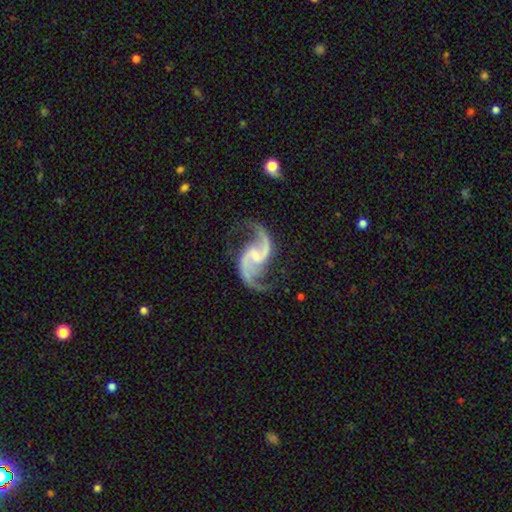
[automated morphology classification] Q: Smooth or featured?
A: featured or disk (94%); runner-up: star or artifact (4%)
Q: Edge-on disk?
A: no (98%); runner-up: yes (2%)
Q: Bar?
A: weak (52%); runner-up: no (30%)
Q: Spiral arms?
A: yes (98%); runner-up: no (2%)
Q: Spiral winding?
A: loose (68%); runner-up: medium (28%)
Q: Spiral arm count?
A: 2 (94%); runner-up: 1 (1%)
Q: Bulge size?
A: small (47%); runner-up: none (28%)
Q: Merging?
A: none (75%); runner-up: minor disturbance (14%)